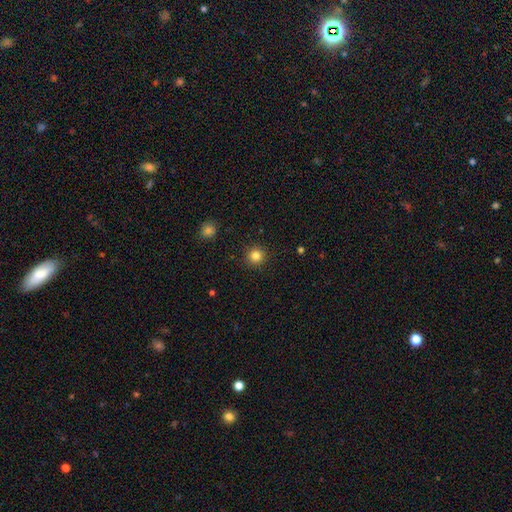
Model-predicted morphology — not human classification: This is clearly a smooth galaxy (83%). How rounded: clearly round (95%). Merging: clearly none (92%).